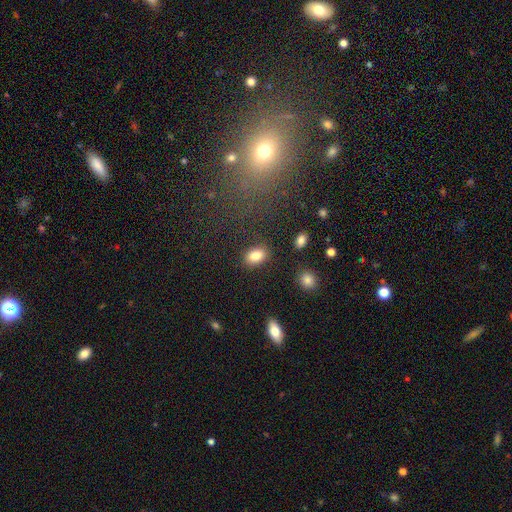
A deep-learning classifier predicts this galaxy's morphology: Q: Smooth or featured?
A: smooth (86%); runner-up: star or artifact (8%)
Q: How rounded?
A: in between (87%); runner-up: round (11%)
Q: Merging?
A: none (83%); runner-up: minor disturbance (11%)